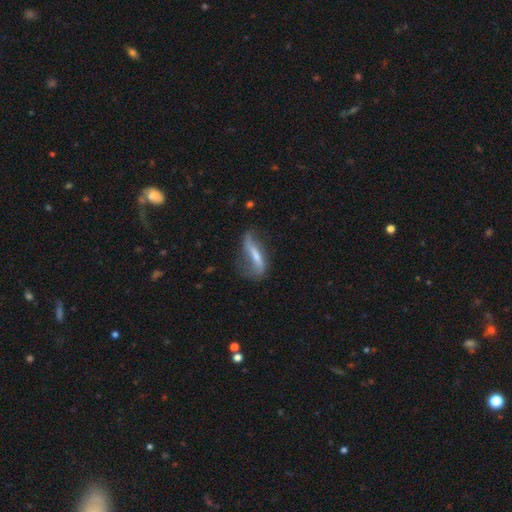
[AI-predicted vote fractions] featured or disk 55%, smooth 37%, star or artifact 8%. Down the decision tree: edge-on disk — no (74%); merging — none (38%).